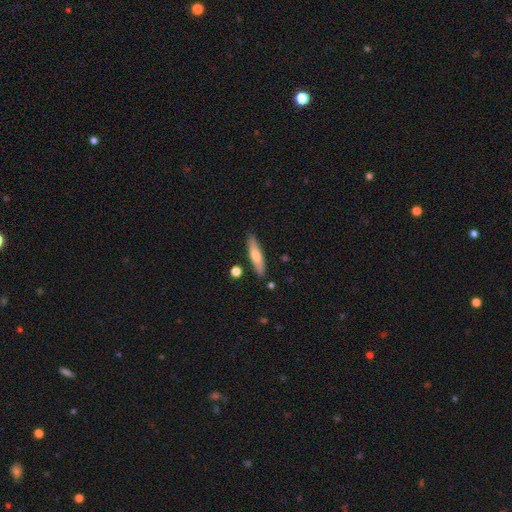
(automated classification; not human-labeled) The model was most divided on "smooth or featured": smooth: 61%, featured or disk: 33%, star or artifact: 6%. More confident: merging — none (85%); how rounded — cigar-shaped (79%).